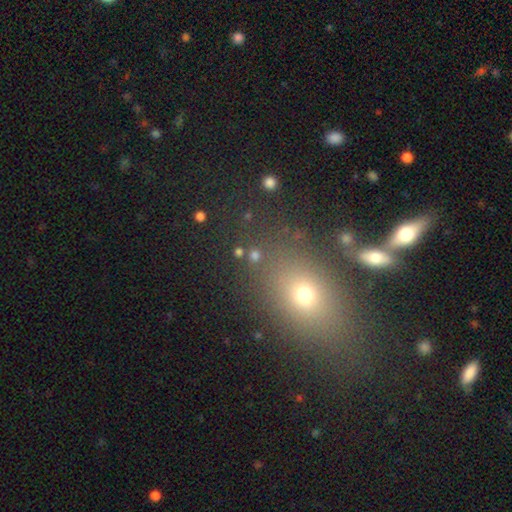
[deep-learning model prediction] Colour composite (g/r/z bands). It shows a smooth galaxy with no disk features (58%) that is round (53%). Merging: none (77%).